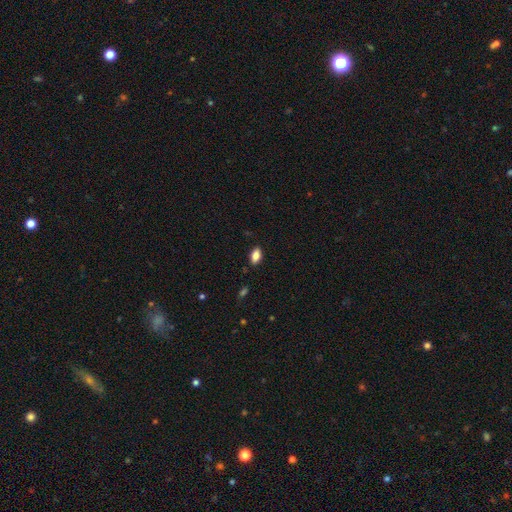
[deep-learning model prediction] A smooth galaxy with no disk features (84%) that is in between round and cigar-shaped (91%).

Vote fractions:
- Smooth or featured? smooth: 84% / star or artifact: 8% / featured or disk: 8%
- How rounded? in between: 91% / round: 4% / cigar-shaped: 4%
- Merging? none: 86% / minor disturbance: 10% / major disturbance: 2% / merger: 1%